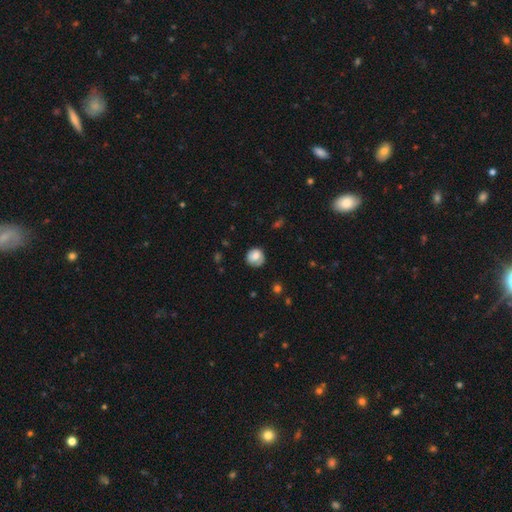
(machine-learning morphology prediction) Overall: smooth (72%). How rounded: round (87%). Merging: none (75%).